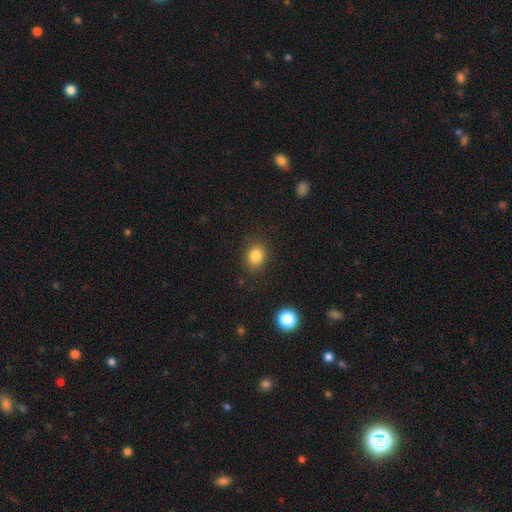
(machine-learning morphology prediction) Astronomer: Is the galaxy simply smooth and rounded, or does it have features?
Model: smooth — 83%.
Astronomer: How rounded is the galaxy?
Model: round — 61% (runner-up: in between, 38%).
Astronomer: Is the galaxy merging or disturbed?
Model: none — 85%.